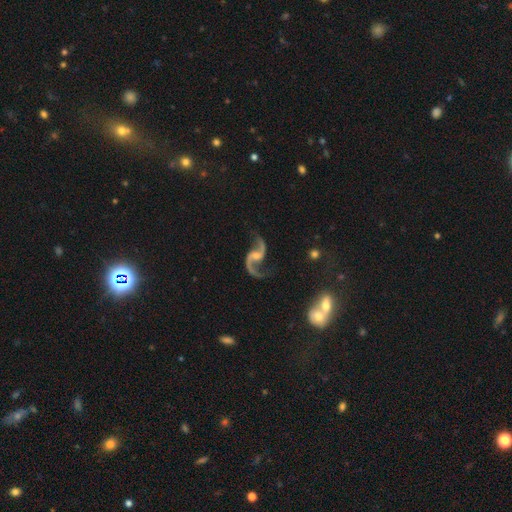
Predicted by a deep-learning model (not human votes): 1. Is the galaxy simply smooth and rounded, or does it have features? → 94% featured or disk, 4% star or artifact, 3% smooth.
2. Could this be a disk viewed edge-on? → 98% no, 2% yes.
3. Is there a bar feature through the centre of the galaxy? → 44% no (tied), 44% weak (tied), 13% strong.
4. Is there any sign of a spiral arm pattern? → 98% yes, 2% no.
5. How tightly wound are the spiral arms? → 79% loose, 17% medium, 3% tight.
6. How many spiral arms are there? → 94% 2, 2% 1, 1% can't tell, 1% 3, 1% 4, 1% more than 4.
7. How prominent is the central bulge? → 45% small, 35% moderate, 14% none, 4% large, 1% dominant.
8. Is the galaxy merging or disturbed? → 72% none, 15% minor disturbance, 9% major disturbance, 3% merger.